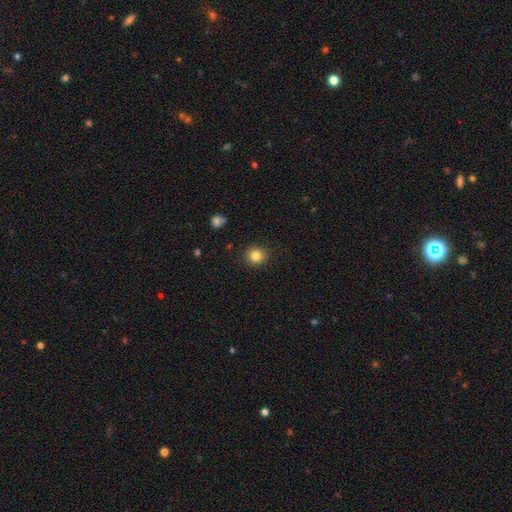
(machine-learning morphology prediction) A smooth galaxy with no disk features (83%) that is round (91%).

Vote fractions:
- Smooth or featured? smooth: 83% / star or artifact: 11% / featured or disk: 6%
- How rounded? round: 91% / in between: 8% / cigar-shaped: 1%
- Merging? none: 91% / minor disturbance: 6% / major disturbance: 2% / merger: 1%